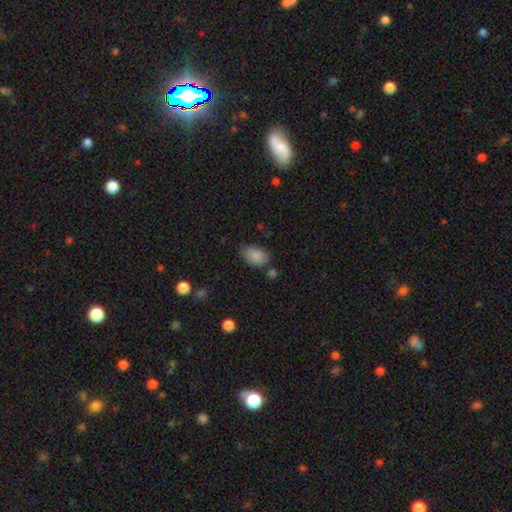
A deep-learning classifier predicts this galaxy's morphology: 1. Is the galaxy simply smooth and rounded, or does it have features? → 88% smooth, 8% star or artifact, 5% featured or disk.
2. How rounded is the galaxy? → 88% in between, 11% round, 1% cigar-shaped.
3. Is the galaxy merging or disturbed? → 68% none, 21% minor disturbance, 5% merger, 5% major disturbance.